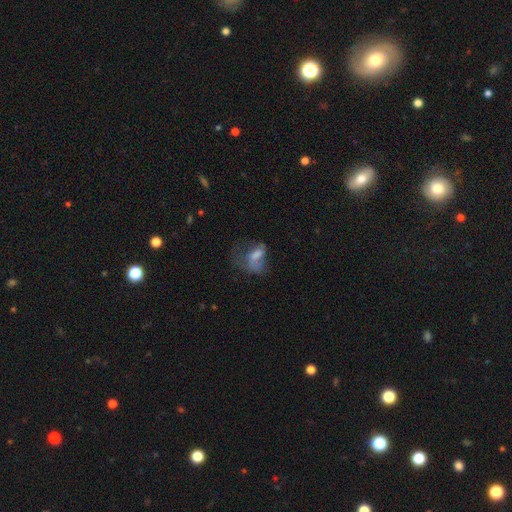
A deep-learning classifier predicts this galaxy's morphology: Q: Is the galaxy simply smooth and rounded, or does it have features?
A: featured or disk — 42%.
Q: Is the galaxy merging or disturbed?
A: major disturbance — 47%.